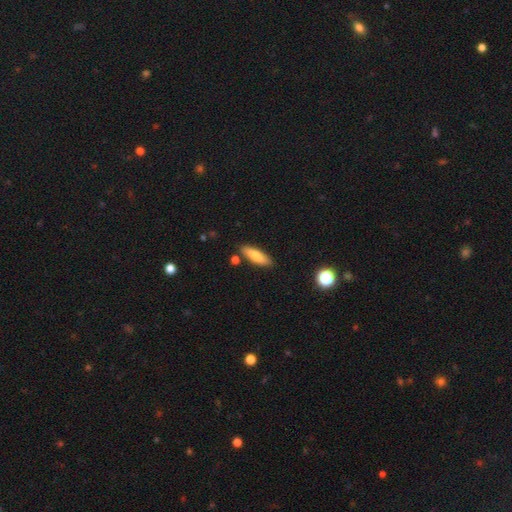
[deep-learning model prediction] This is likely a smooth galaxy (75%). How rounded: possibly cigar-shaped (52%). Merging: clearly none (82%).